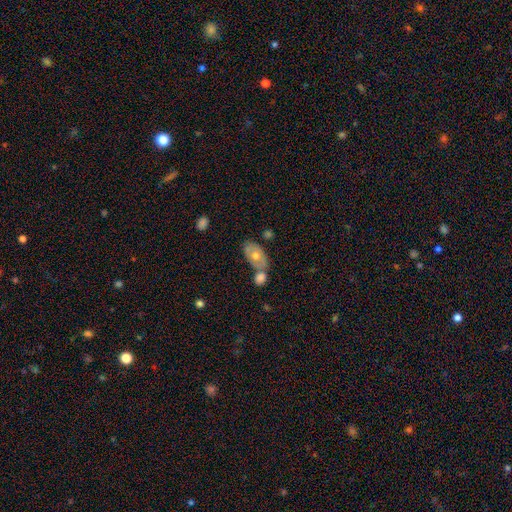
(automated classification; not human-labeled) Smooth or featured: featured or disk — 47% (smooth — 46%)
Merging: none — 48% (merger — 33%)